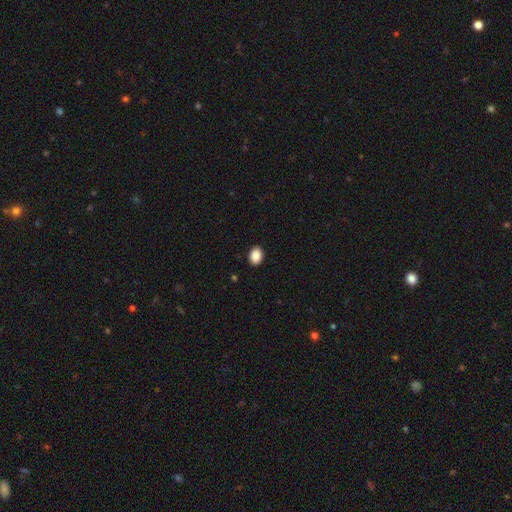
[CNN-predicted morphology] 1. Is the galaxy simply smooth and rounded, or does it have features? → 89% smooth, 8% star or artifact, 3% featured or disk.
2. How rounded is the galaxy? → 69% in between, 30% round, 1% cigar-shaped.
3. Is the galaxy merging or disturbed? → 91% none, 6% minor disturbance, 2% major disturbance, 1% merger.